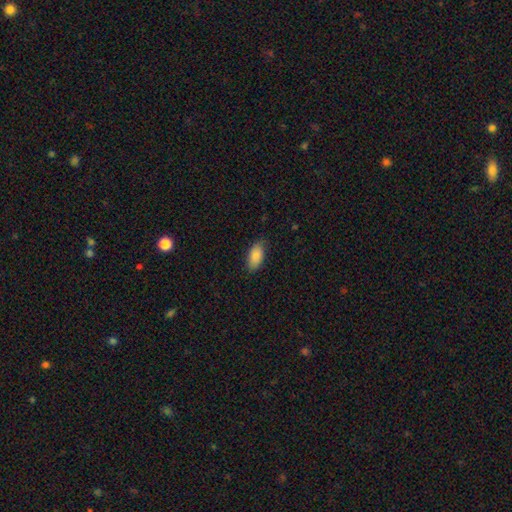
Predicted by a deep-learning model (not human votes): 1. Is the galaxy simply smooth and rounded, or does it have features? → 86% smooth, 7% featured or disk, 7% star or artifact.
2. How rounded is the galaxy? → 93% in between, 5% cigar-shaped, 3% round.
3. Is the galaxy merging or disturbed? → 77% none, 19% minor disturbance, 3% major disturbance, 1% merger.